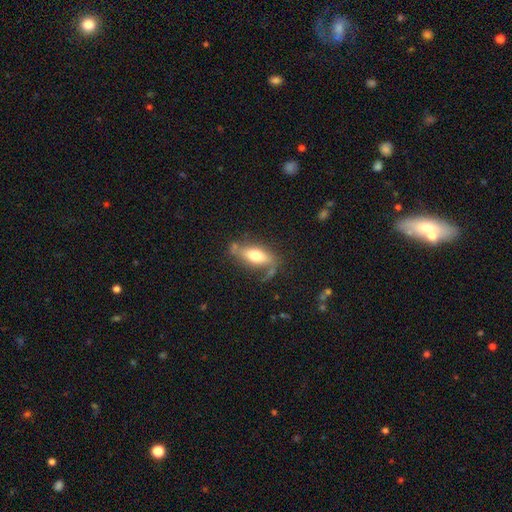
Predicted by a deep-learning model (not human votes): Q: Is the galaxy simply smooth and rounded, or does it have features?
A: smooth — 55%.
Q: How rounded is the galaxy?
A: in between — 75%.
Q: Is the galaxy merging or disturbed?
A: none — 54%.